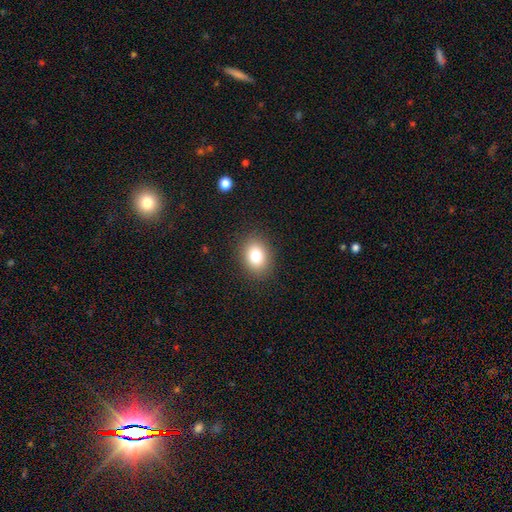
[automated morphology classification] smooth_or_featured: smooth (p=0.81) [alt: star or artifact p=0.11]
how_rounded: in between (p=0.58) [alt: round p=0.41]
merging: none (p=0.88) [alt: minor disturbance p=0.08]